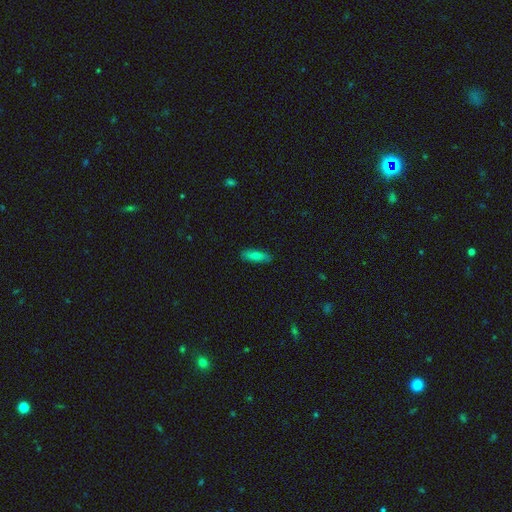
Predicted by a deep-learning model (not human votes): Q: Smooth or featured?
A: smooth (76%); runner-up: featured or disk (17%)
Q: How rounded?
A: cigar-shaped (51%); runner-up: in between (47%)
Q: Merging?
A: none (86%); runner-up: minor disturbance (11%)